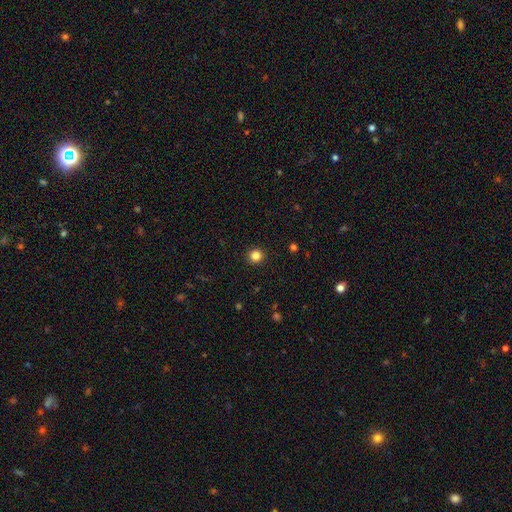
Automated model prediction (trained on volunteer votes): smooth 83%, star or artifact 12%, featured or disk 4%. Down the decision tree: how rounded — round (94%); merging — none (93%).